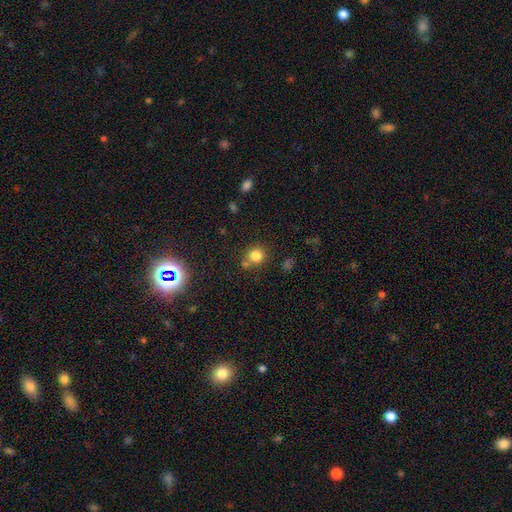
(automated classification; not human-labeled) Q: Smooth or featured?
A: smooth (80%); runner-up: star or artifact (13%)
Q: How rounded?
A: round (86%); runner-up: in between (13%)
Q: Merging?
A: none (66%); runner-up: merger (19%)